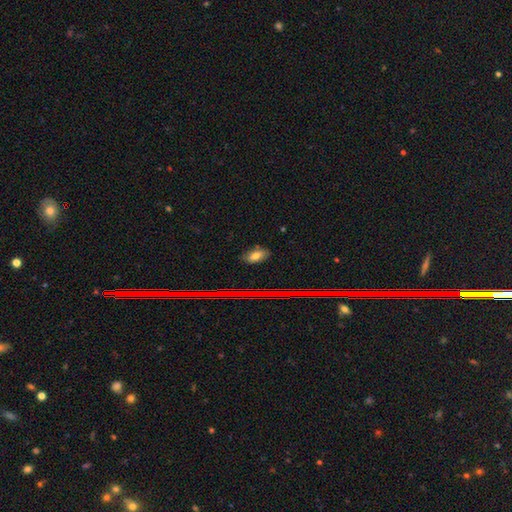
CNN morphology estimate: This appears to be a smooth galaxy with no disk features (72%) that is in between round and cigar-shaped (89%). Merging: none (81%).